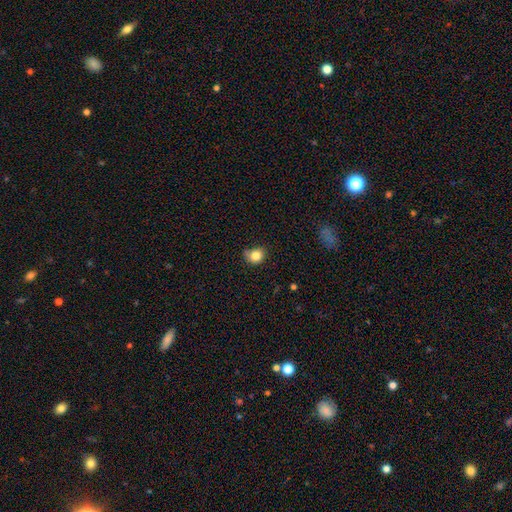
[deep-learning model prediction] smooth_or_featured: smooth (p=0.83) [alt: star or artifact p=0.10]
how_rounded: round (p=0.69) [alt: in between p=0.30]
merging: none (p=0.58) [alt: minor disturbance p=0.31]